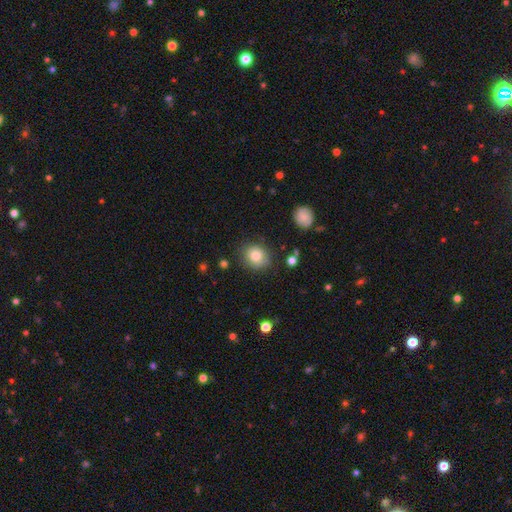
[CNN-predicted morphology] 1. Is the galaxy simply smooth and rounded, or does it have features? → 80% smooth, 10% star or artifact, 10% featured or disk.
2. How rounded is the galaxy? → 71% round, 29% in between, 1% cigar-shaped.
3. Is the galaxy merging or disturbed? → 80% none, 15% minor disturbance, 4% major disturbance, 2% merger.